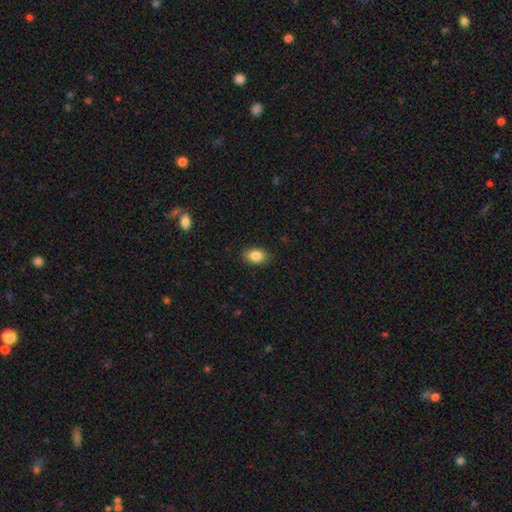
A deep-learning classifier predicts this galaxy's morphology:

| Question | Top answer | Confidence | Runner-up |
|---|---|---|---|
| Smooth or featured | smooth | 86% | star or artifact (8%) |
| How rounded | in between | 81% | round (18%) |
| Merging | none | 88% | minor disturbance (9%) |